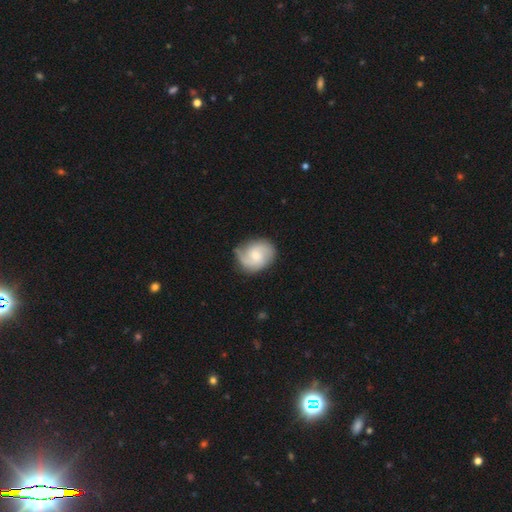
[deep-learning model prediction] Smooth or featured? featured or disk (76%)
Edge-on disk? no (98%)
Bar? no (55%)
Spiral arms? yes (96%)
Spiral winding? medium (49%)
Spiral arm count? 2 (73%)
Bulge size? small (50%)
Merging? none (75%)